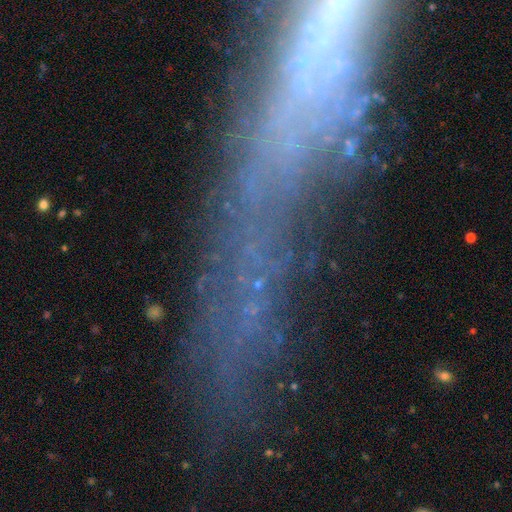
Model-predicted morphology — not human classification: The model was most divided on "smooth or featured": featured or disk: 43%, star or artifact: 32%, smooth: 25%. Remaining: merging — none (47%).